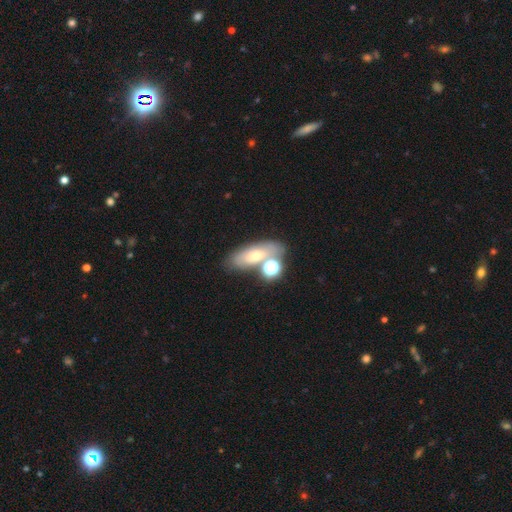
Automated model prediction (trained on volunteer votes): A smooth galaxy with no disk features (52%) that is in between round and cigar-shaped (69%). Merging: none (58%).